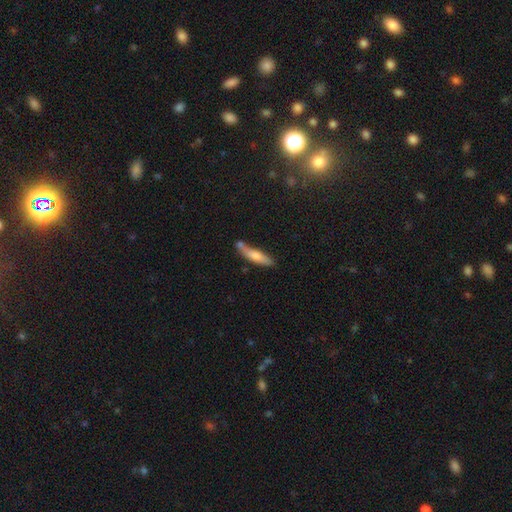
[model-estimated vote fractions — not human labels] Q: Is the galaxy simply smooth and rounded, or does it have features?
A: smooth — 67%.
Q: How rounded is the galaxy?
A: cigar-shaped — 78%.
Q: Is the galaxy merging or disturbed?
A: none — 53%.